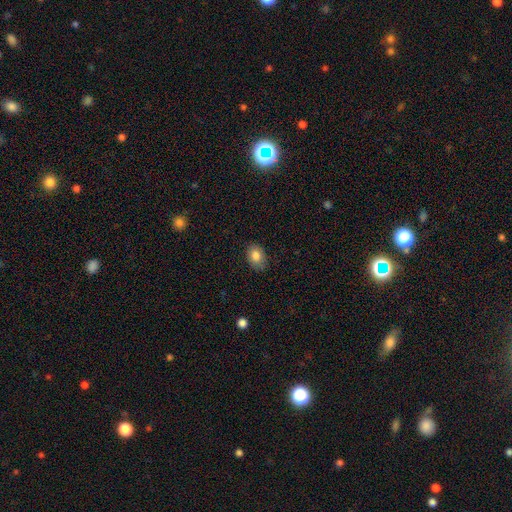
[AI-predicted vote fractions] Smooth or featured?
  - smooth: 83% *
  - featured or disk: 9%
  - star or artifact: 8%
How rounded?
  - in between: 76% *
  - round: 23%
  - cigar-shaped: 1%
Merging?
  - none: 82% *
  - minor disturbance: 14%
  - major disturbance: 3%
  - merger: 1%